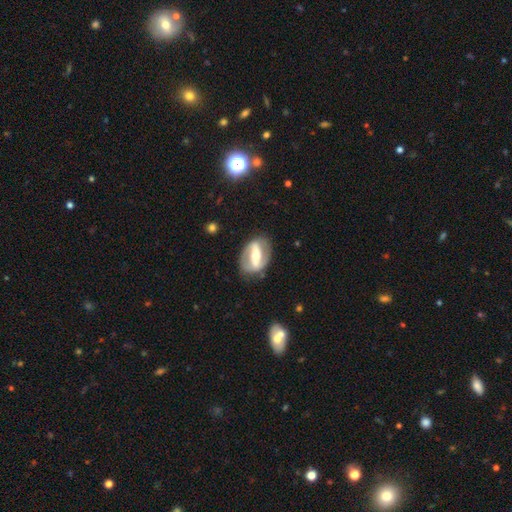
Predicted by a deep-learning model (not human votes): A featured or disk galaxy (77%) with a strong bar (74%), spiral arms (57%) and a moderate central bulge (63%). Merging: none (79%).